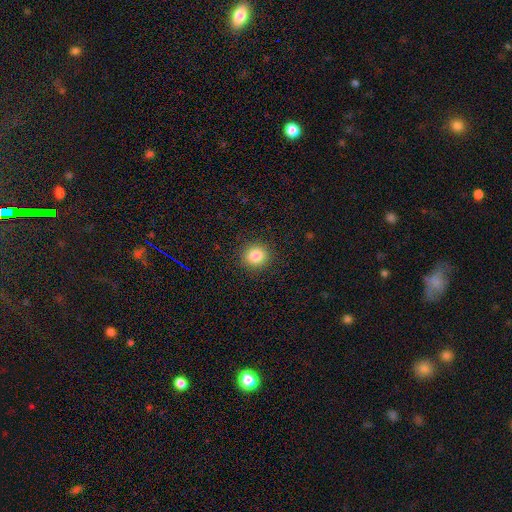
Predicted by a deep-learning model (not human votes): This is clearly a smooth galaxy (84%). How rounded: clearly round (89%). Merging: clearly none (91%).